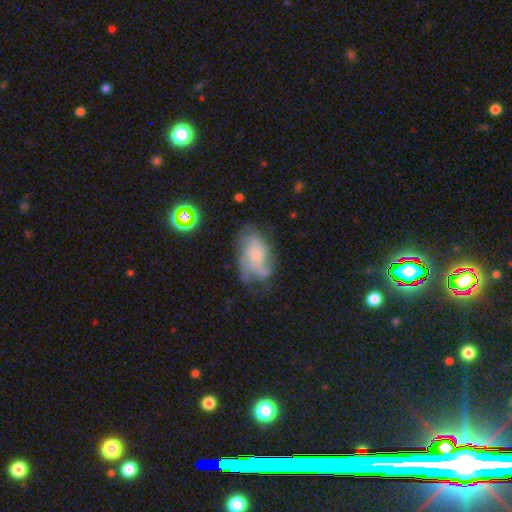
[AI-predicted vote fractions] featured or disk 63%, smooth 29%, star or artifact 9%. Down the decision tree: edge-on disk — no (96%); bar — no (76%); spiral arms — yes (80%); bulge size — small (69%); merging — none (46%).